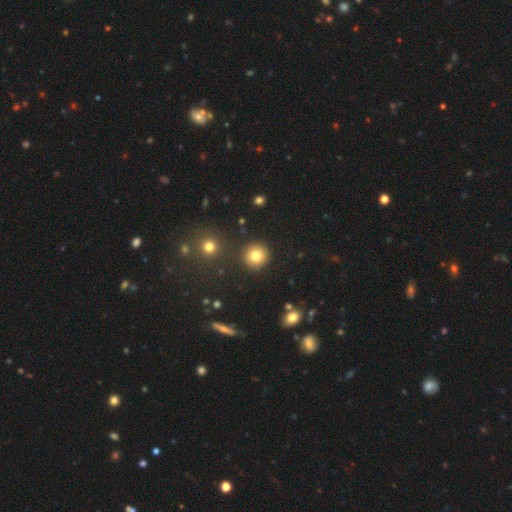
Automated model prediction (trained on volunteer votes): Smooth or featured? Predicted: smooth (p=0.80). How rounded? Predicted: round (p=0.95). Merging? Predicted: none (p=0.90).